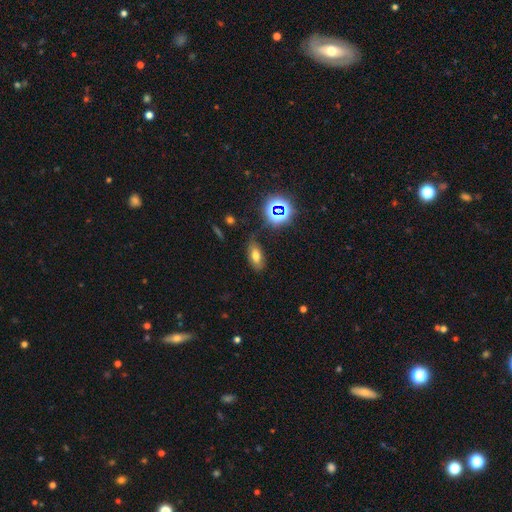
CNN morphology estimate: smooth 62%, star or artifact 23%, featured or disk 15%. Down the decision tree: how rounded — in between (87%); merging — none (75%).